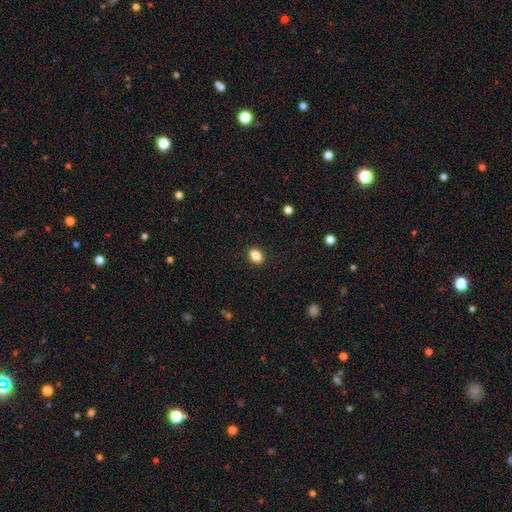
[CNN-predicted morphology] Smooth or featured: smooth — 85% (star or artifact — 9%)
How rounded: in between — 78% (round — 20%)
Merging: none — 90% (minor disturbance — 7%)